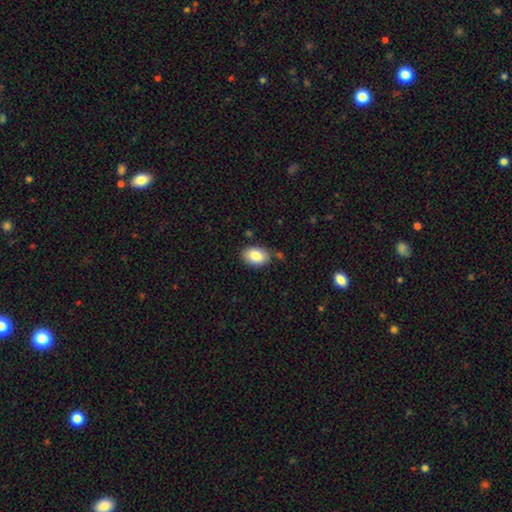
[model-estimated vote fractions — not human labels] Overall: smooth (86%). How rounded: in between (86%). Merging: none (79%).